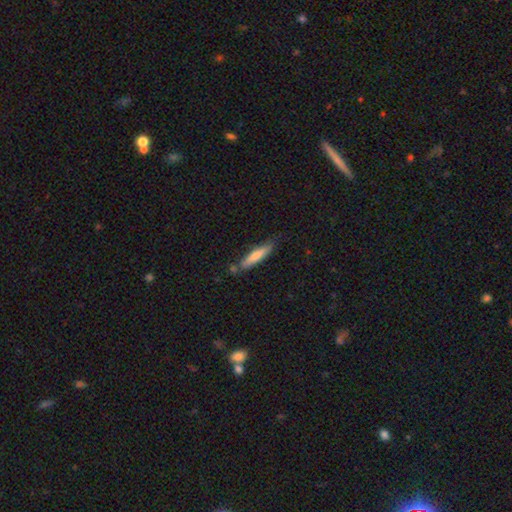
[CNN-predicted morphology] smooth-or-featured: smooth: 75% | featured or disk: 20% | star or artifact: 6%
  how-rounded: cigar-shaped: 84% | in between: 15% | round: 1%
  merging: none: 70% | minor disturbance: 20% | merger: 7% | major disturbance: 4%